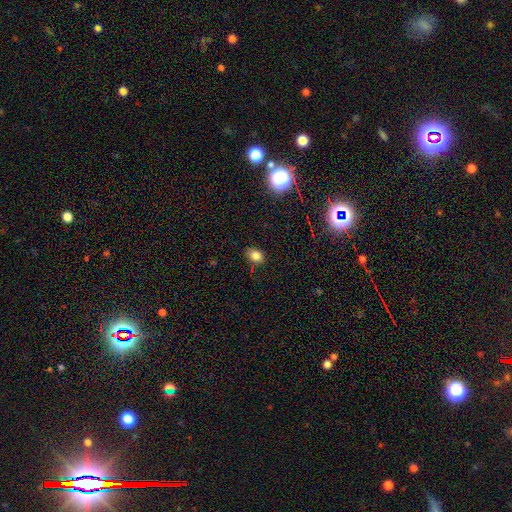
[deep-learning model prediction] This is clearly a smooth galaxy (82%). How rounded: likely in between (67%). Merging: clearly none (82%).